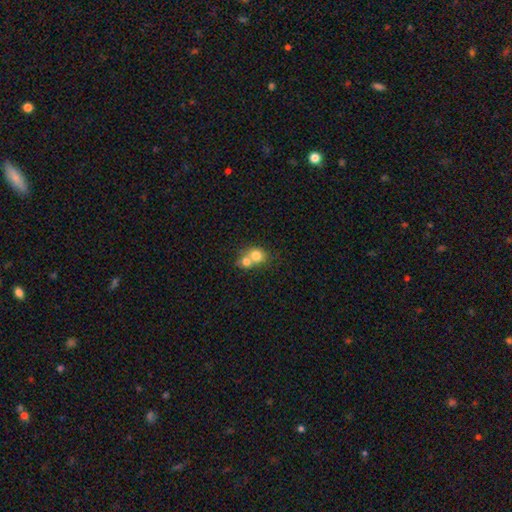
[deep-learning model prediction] Smooth or featured: smooth — 76% (featured or disk — 15%)
How rounded: round — 72% (in between — 27%)
Merging: merger — 67% (none — 26%)